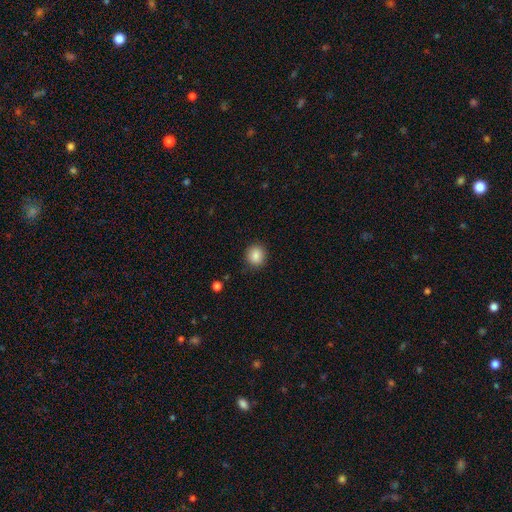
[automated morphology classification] smooth_or_featured: smooth (p=0.86) [alt: star or artifact p=0.09]
how_rounded: round (p=0.83) [alt: in between p=0.16]
merging: none (p=0.88) [alt: minor disturbance p=0.08]